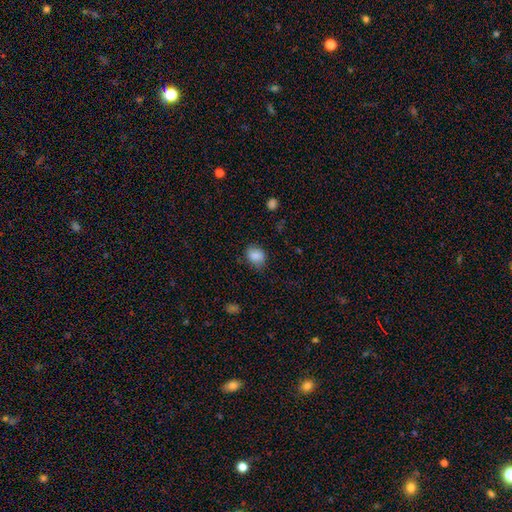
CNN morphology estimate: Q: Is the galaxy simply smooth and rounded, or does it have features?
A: smooth — 86%.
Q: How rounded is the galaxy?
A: in between — 50%.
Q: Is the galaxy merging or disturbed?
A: none — 73%.